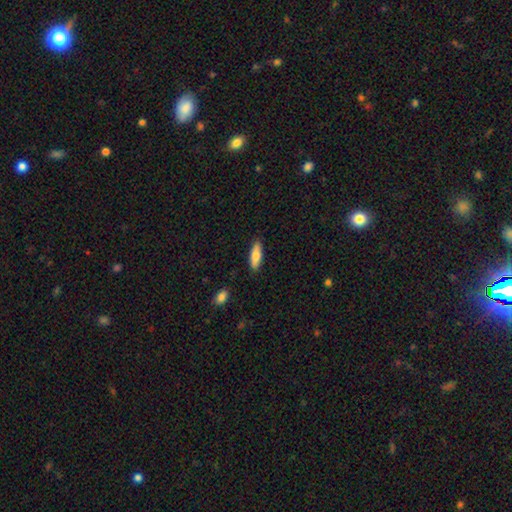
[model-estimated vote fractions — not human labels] smooth-or-featured: smooth: 75% | featured or disk: 19% | star or artifact: 6%
  how-rounded: in between: 54% | cigar-shaped: 44% | round: 2%
  merging: none: 87% | minor disturbance: 10% | major disturbance: 2% | merger: 1%